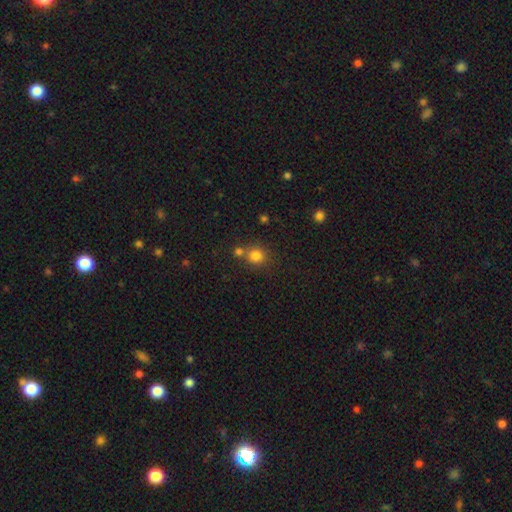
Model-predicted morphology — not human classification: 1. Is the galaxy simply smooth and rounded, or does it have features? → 80% smooth, 14% star or artifact, 6% featured or disk.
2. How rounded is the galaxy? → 88% round, 11% in between, 1% cigar-shaped.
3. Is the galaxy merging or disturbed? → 63% none, 25% merger, 8% minor disturbance, 3% major disturbance.